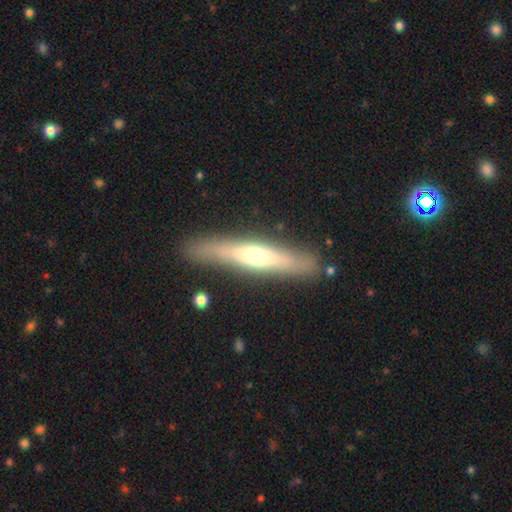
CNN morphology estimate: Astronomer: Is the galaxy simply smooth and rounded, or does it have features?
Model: featured or disk — 60%.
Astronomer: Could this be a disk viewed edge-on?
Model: yes — 84%.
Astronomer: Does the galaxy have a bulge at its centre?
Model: rounded — 79%.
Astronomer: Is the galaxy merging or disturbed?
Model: none — 84%.